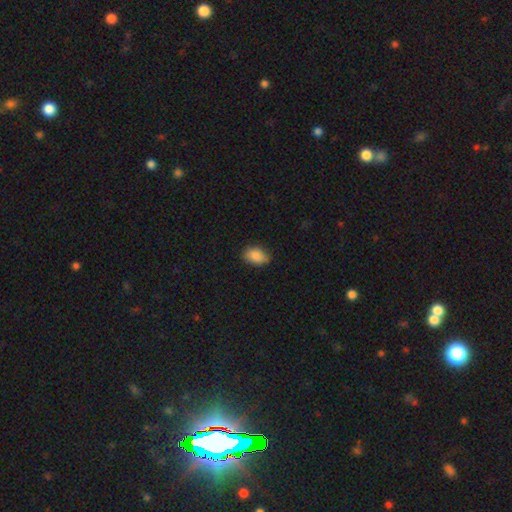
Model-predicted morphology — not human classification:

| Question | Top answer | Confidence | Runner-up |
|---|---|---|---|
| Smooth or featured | smooth | 86% | star or artifact (8%) |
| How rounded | in between | 82% | round (17%) |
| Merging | none | 72% | minor disturbance (23%) |